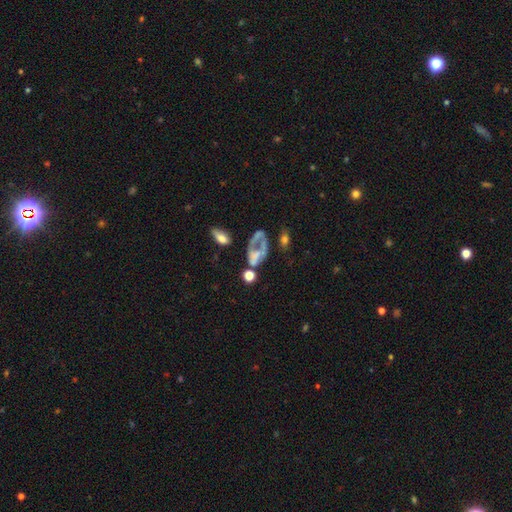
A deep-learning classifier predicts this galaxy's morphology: Q: Smooth or featured?
A: featured or disk (51%); runner-up: smooth (34%)
Q: Edge-on disk?
A: no (96%); runner-up: yes (4%)
Q: Merging?
A: major disturbance (37%); runner-up: none (26%)